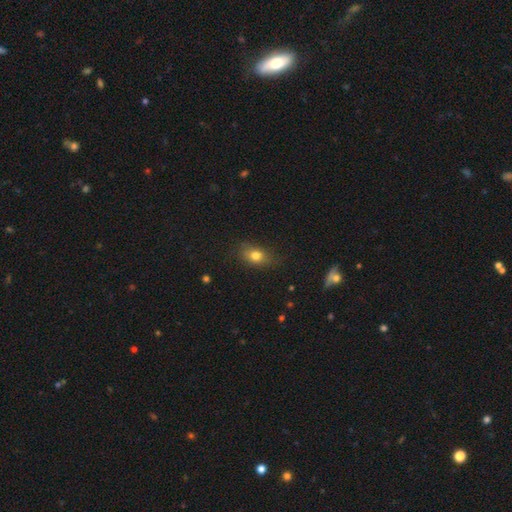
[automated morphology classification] Smooth or featured?
  - smooth: 77% *
  - featured or disk: 12%
  - star or artifact: 11%
How rounded?
  - in between: 73% *
  - round: 23%
  - cigar-shaped: 4%
Merging?
  - none: 76% *
  - minor disturbance: 18%
  - major disturbance: 5%
  - merger: 1%